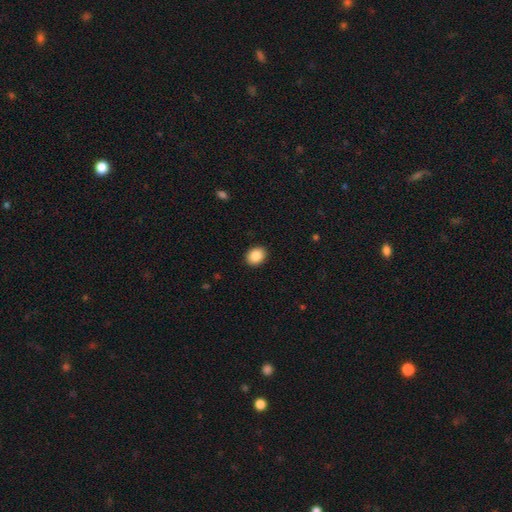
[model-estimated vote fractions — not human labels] The model was most divided on "how rounded" (2-way tie): in between: 50%, round: 50%, cigar-shaped: 1%. More confident: merging — none (91%); smooth or featured — smooth (87%).